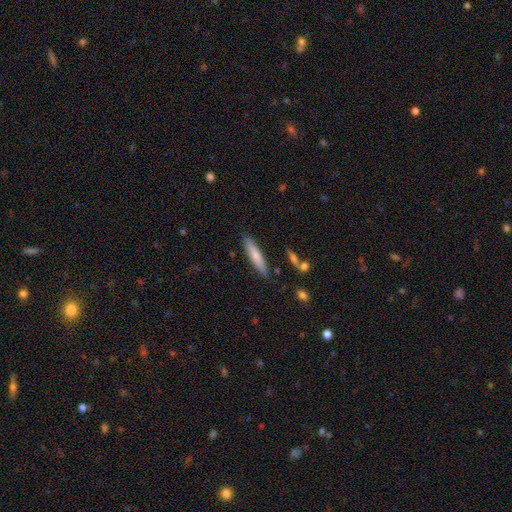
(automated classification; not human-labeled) Overall: smooth (73%). How rounded: cigar-shaped (85%). Merging: none (87%).